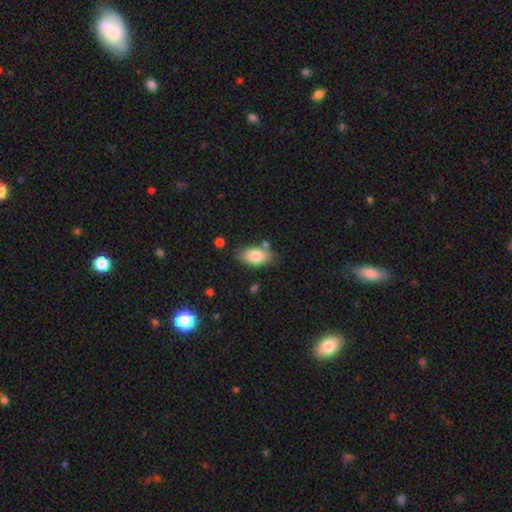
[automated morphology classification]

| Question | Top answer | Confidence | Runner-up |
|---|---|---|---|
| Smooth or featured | smooth | 82% | featured or disk (11%) |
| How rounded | in between | 92% | round (5%) |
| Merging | none | 73% | minor disturbance (17%) |